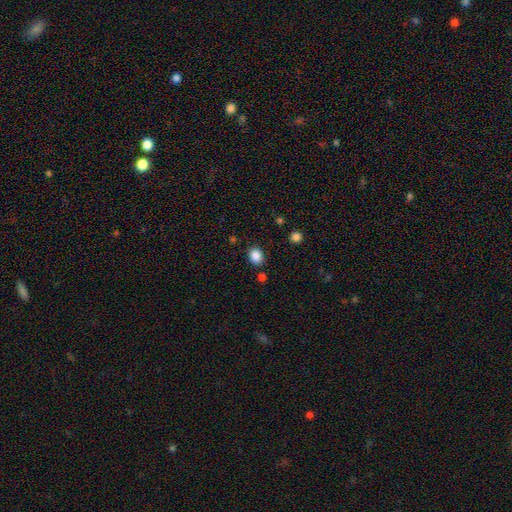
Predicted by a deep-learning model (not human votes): Smooth or featured: smooth — 87% (star or artifact — 10%)
How rounded: in between — 52% (round — 47%)
Merging: none — 85% (minor disturbance — 9%)